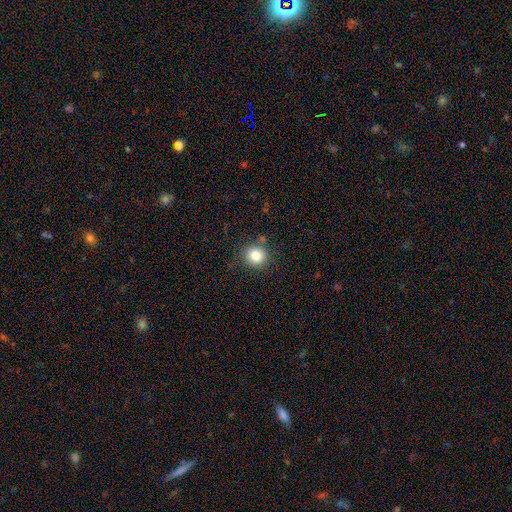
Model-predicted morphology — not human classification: smooth_or_featured: smooth (p=0.81) [alt: star or artifact p=0.12]
how_rounded: round (p=0.90) [alt: in between p=0.09]
merging: none (p=0.84) [alt: minor disturbance p=0.09]